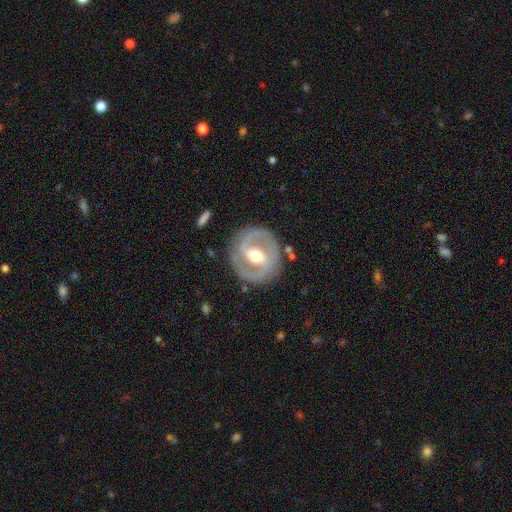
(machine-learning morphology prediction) featured or disk 85%, smooth 10%, star or artifact 4%. Down the decision tree: edge-on disk — no (97%); bar — strong (42%, tied with weak); spiral arms — yes (89%); spiral arm count — 2 (90%); spiral winding — medium (51%); bulge size — moderate (73%); merging — none (85%).